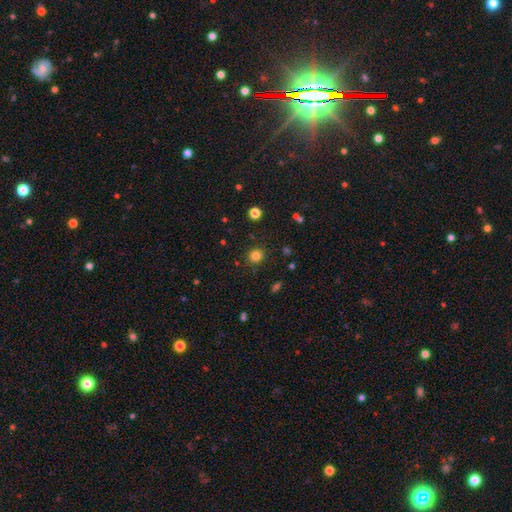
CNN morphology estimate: Smooth or featured: smooth — 81% (star or artifact — 14%)
How rounded: round — 88% (in between — 11%)
Merging: none — 88% (minor disturbance — 7%)